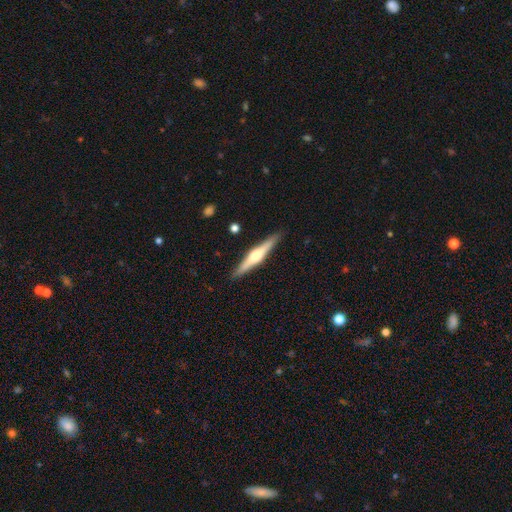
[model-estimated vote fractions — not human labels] Smooth or featured? Predicted: featured or disk (p=0.67). Edge-on disk? Predicted: yes (p=0.97). Edge-on bulge? Predicted: rounded (p=0.89). Merging? Predicted: none (p=0.90).